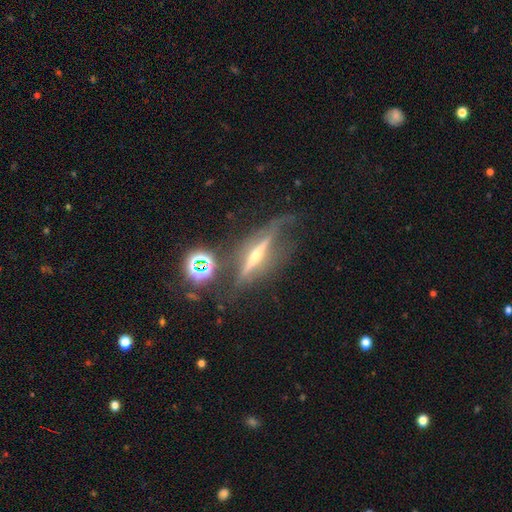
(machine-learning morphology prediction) This is likely a featured or disk galaxy (78%). It is clearly viewed edge-on (91%). Edge-on bulge: clearly rounded (80%). Merging: likely none (65%).